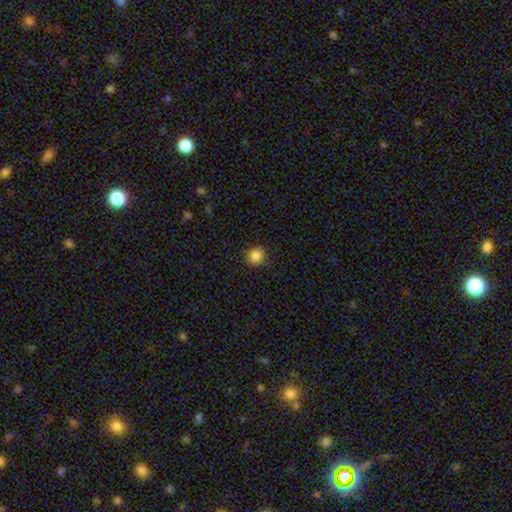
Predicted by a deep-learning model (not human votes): This appears to be a smooth galaxy with no disk features (85%) that is round (87%). Merging: none (89%).